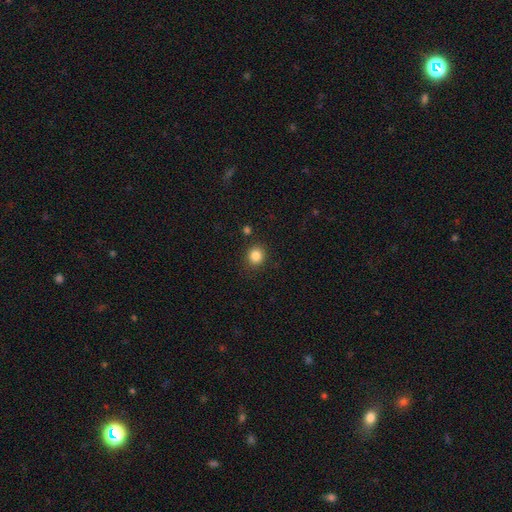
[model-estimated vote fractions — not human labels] This appears to be a smooth galaxy with no disk features (85%) that is round (83%). Merging: none (86%).